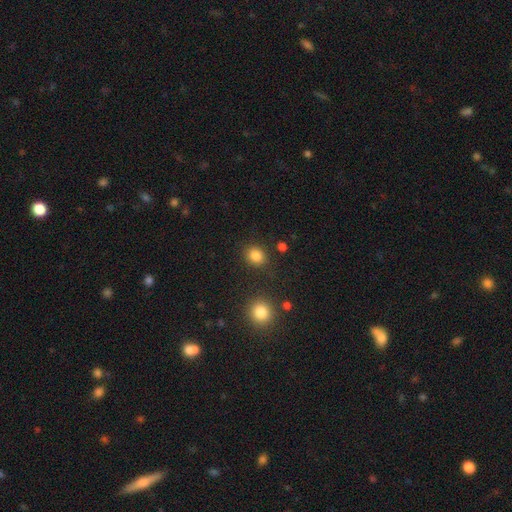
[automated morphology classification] The model was most divided on "how rounded": round: 63%, in between: 36%, cigar-shaped: 1%. More confident: smooth or featured — smooth (85%); merging — none (83%).